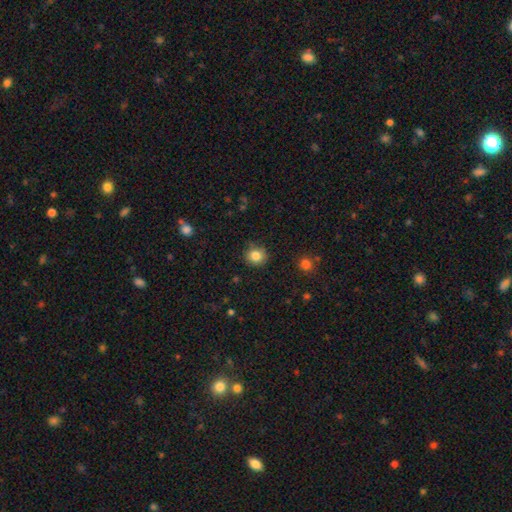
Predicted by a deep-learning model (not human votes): Overall: smooth (83%). How rounded: round (86%). Merging: none (84%).